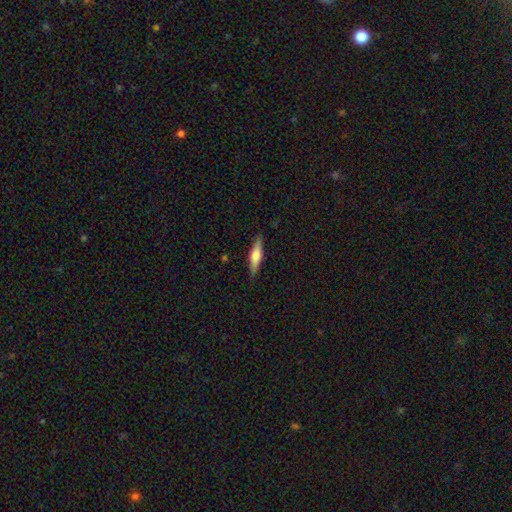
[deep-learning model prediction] smooth 55%, featured or disk 39%, star or artifact 6%. Down the decision tree: how rounded — cigar-shaped (73%); merging — none (87%).